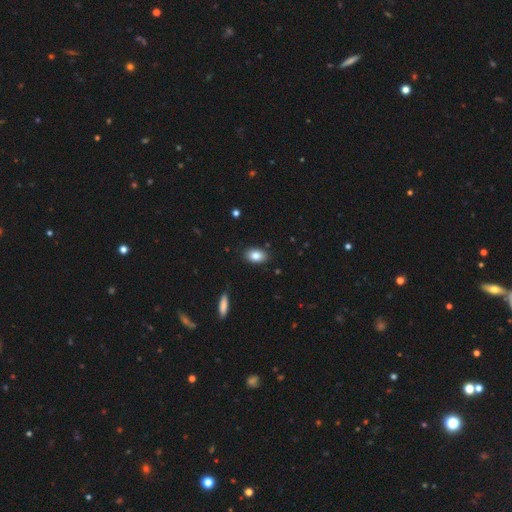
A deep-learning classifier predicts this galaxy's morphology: Smooth or featured? Predicted: smooth (p=0.83). How rounded? Predicted: in between (p=0.89). Merging? Predicted: none (p=0.87).